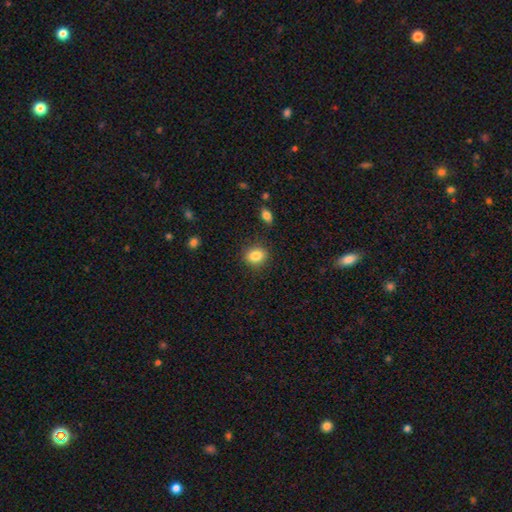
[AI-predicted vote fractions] Morphology: type=smooth (85%); roundness=round (59%); merging=none (87%).